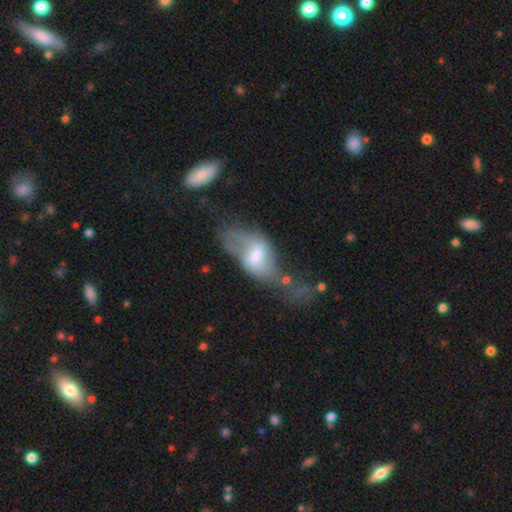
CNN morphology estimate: Smooth or featured: featured or disk — 55% (smooth — 37%)
Edge-on disk: no — 86% (yes — 14%)
Merging: major disturbance — 41% (none — 21%)